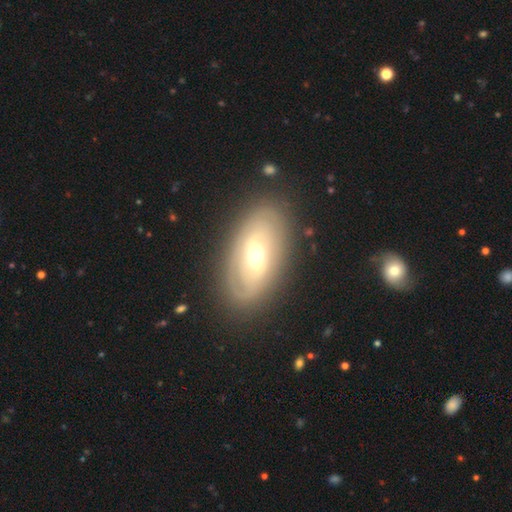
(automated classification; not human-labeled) A featured or disk galaxy (68%) with no bar (43%), spiral arms (65%) and a moderate central bulge (72%).

Vote fractions:
- Smooth or featured? featured or disk: 68% / smooth: 26% / star or artifact: 7%
- Edge-on disk? no: 90% / yes: 10%
- Bar? no: 43% / weak: 41% / strong: 16%
- Spiral arms? yes: 65% / no: 35%
- Bulge size? moderate: 72% / small: 14% / large: 11% / dominant: 1% / none: 1%
- Merging? none: 82% / minor disturbance: 12% / major disturbance: 4% / merger: 2%